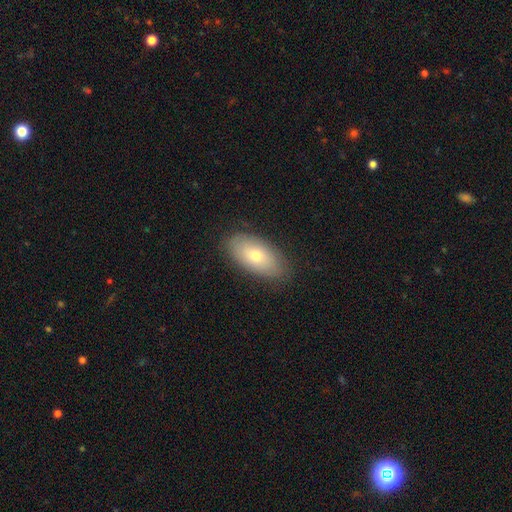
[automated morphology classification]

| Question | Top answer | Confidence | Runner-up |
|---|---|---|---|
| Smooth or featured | smooth | 69% | featured or disk (24%) |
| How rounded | in between | 93% | round (4%) |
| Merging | none | 85% | minor disturbance (11%) |